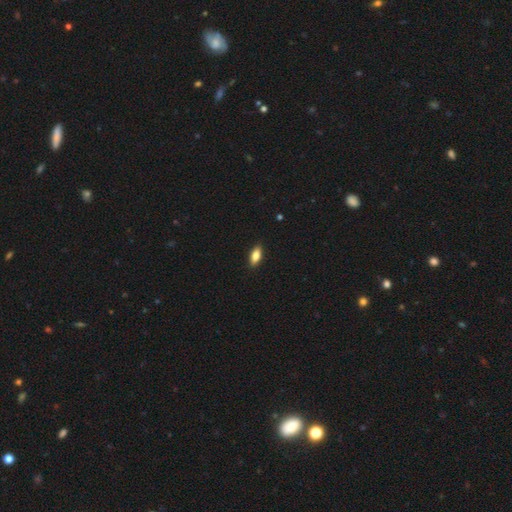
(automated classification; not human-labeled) Smooth or featured? smooth (81%)
How rounded? in between (82%)
Merging? none (89%)